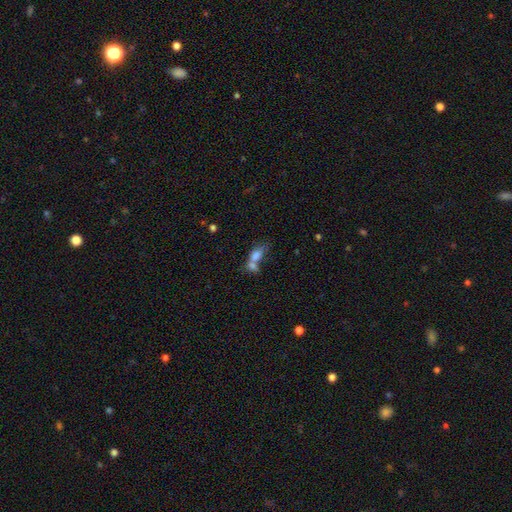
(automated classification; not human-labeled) Smooth or featured? Predicted: smooth (p=0.73). How rounded? Predicted: in between (p=0.75). Merging? Predicted: merger (p=0.66).